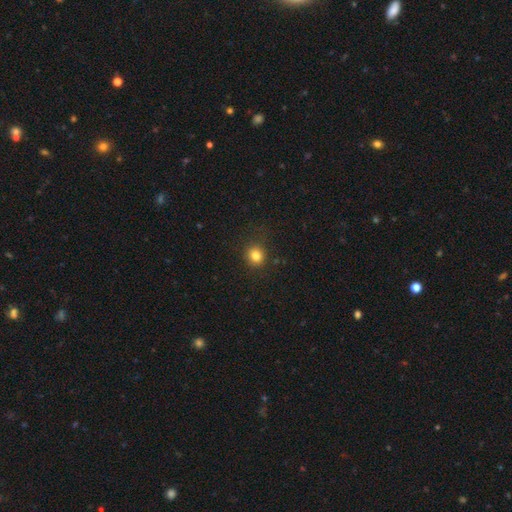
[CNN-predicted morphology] A smooth galaxy with no disk features (82%) that is round (85%). Merging: none (87%).